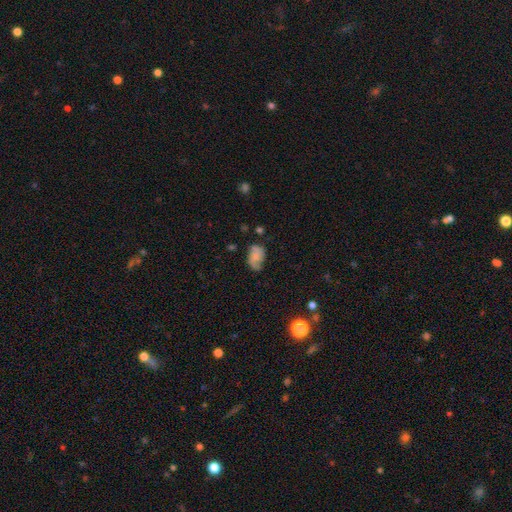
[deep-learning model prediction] This is possibly a smooth galaxy (54%). How rounded: clearly in between (84%). Merging: possibly none (54%).